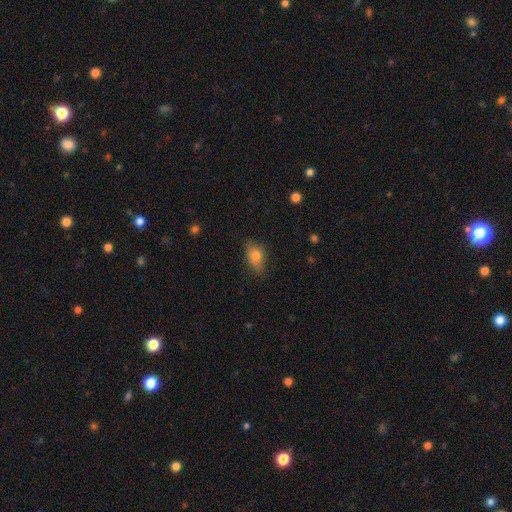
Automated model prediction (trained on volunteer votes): Q: Smooth or featured?
A: smooth (74%); runner-up: featured or disk (17%)
Q: How rounded?
A: in between (82%); runner-up: round (12%)
Q: Merging?
A: none (65%); runner-up: minor disturbance (27%)